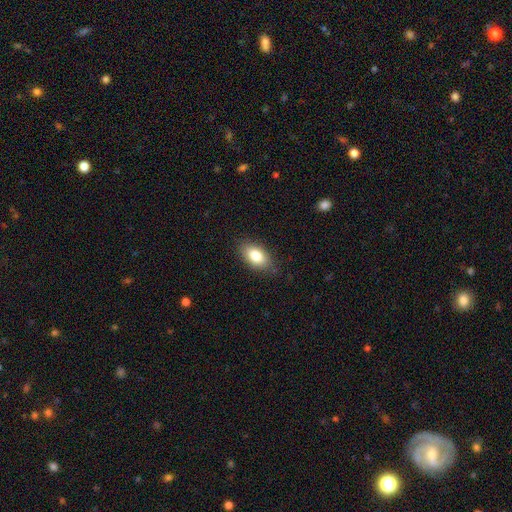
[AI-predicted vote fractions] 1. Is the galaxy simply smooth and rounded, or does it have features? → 82% smooth, 10% featured or disk, 8% star or artifact.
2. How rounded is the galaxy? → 91% in between, 6% round, 3% cigar-shaped.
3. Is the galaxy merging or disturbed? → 83% none, 13% minor disturbance, 3% major disturbance, 1% merger.